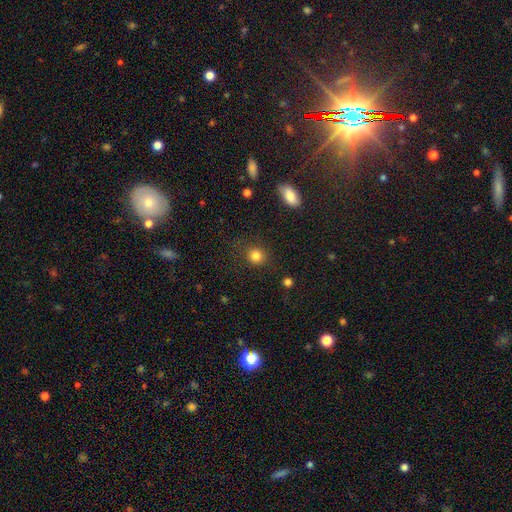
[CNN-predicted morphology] smooth-or-featured: smooth: 83% | star or artifact: 12% | featured or disk: 5%
  how-rounded: round: 88% | in between: 11% | cigar-shaped: 1%
  merging: none: 85% | minor disturbance: 9% | major disturbance: 4% | merger: 2%